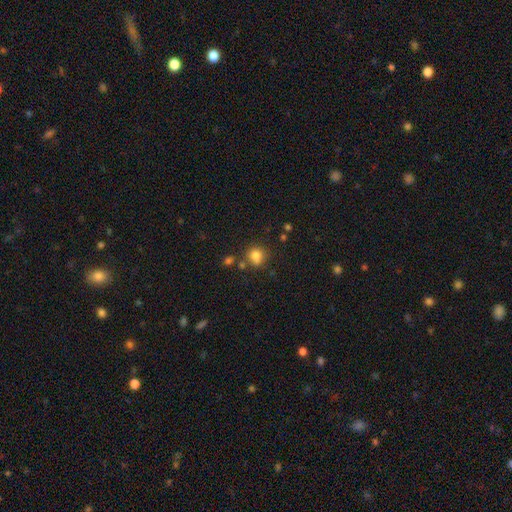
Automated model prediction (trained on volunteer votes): This appears to be a smooth galaxy with no disk features (81%) that is round (75%). Merging: none (65%).